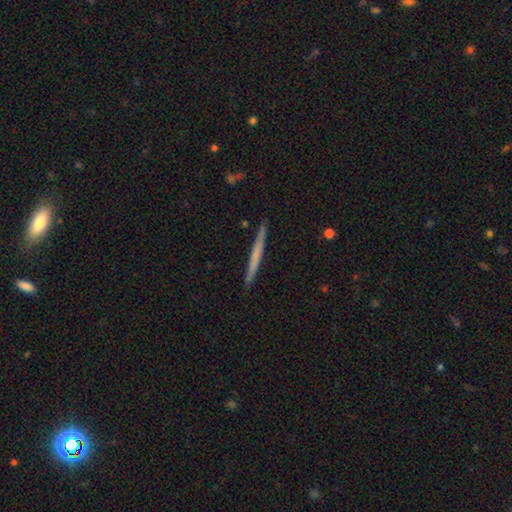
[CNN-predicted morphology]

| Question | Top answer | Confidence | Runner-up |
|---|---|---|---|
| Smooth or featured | smooth | 51% | featured or disk (44%) |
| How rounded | cigar-shaped | 97% | in between (2%) |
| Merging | none | 92% | minor disturbance (6%) |